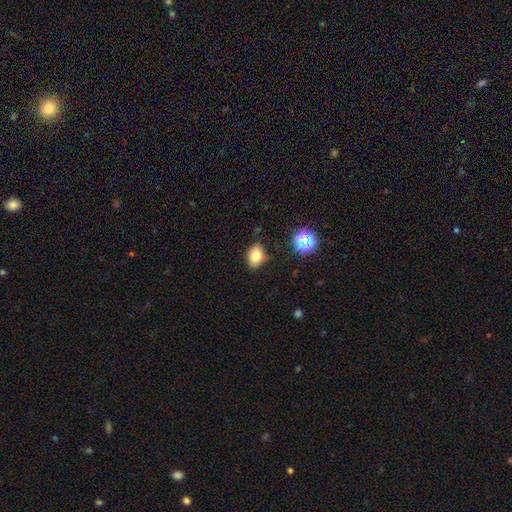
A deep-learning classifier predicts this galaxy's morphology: Q: Smooth or featured?
A: smooth (77%); runner-up: star or artifact (13%)
Q: How rounded?
A: in between (67%); runner-up: round (32%)
Q: Merging?
A: none (79%); runner-up: minor disturbance (16%)